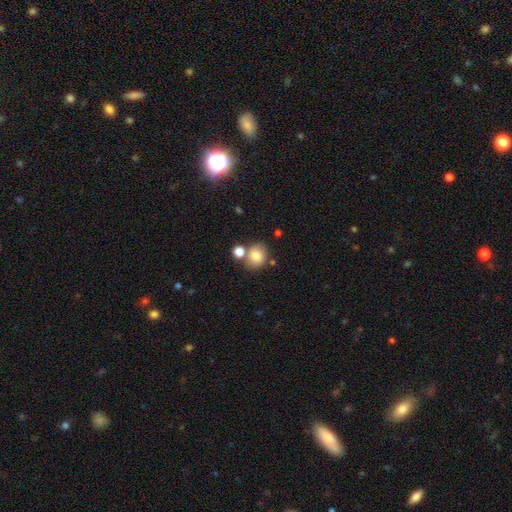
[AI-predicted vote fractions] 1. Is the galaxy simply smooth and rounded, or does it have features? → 79% smooth, 11% star or artifact, 10% featured or disk.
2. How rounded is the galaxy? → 78% round, 21% in between, 1% cigar-shaped.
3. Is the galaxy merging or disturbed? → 64% none, 22% merger, 11% minor disturbance, 4% major disturbance.